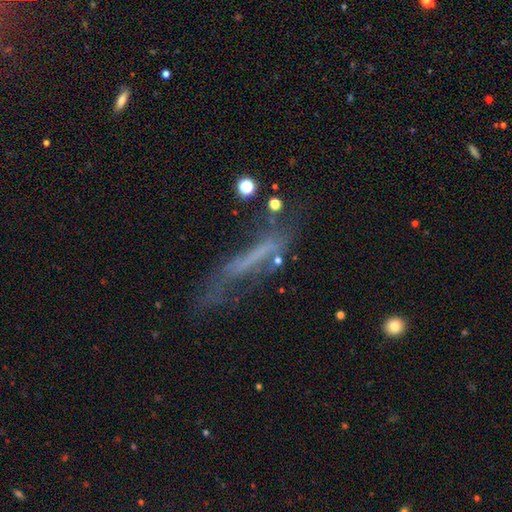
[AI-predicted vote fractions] Morphology: type=featured or disk (51%); edge-on=yes (50%, tied with no); merging=none (42%).